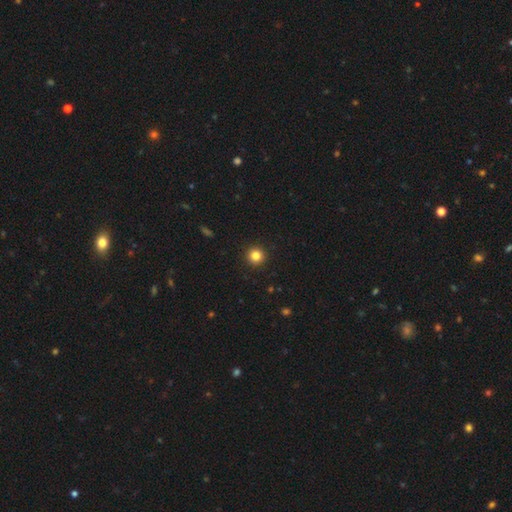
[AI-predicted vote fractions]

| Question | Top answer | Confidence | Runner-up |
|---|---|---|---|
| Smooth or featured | smooth | 83% | star or artifact (12%) |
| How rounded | round | 96% | in between (3%) |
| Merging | none | 93% | minor disturbance (4%) |